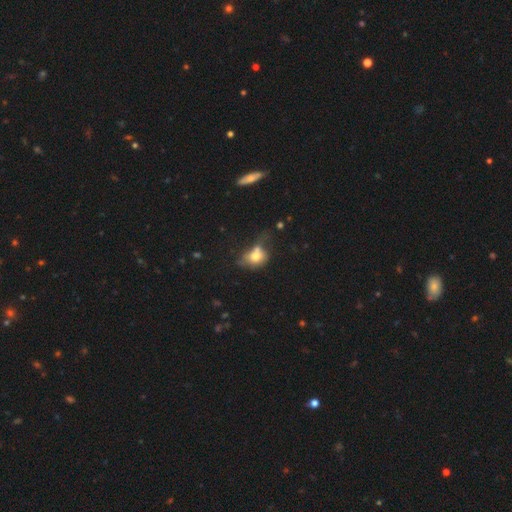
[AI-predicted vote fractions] Morphology: type=smooth (70%); roundness=in between (56%); merging=merger (33%).